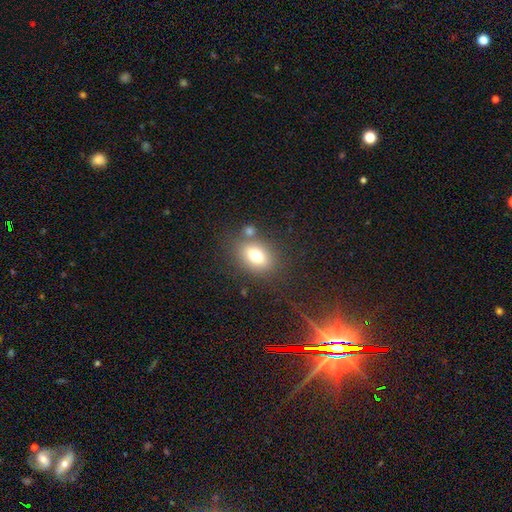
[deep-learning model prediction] A smooth galaxy with no disk features (74%) that is in between round and cigar-shaped (75%).

Vote fractions:
- Smooth or featured? smooth: 74% / featured or disk: 15% / star or artifact: 11%
- How rounded? in between: 75% / round: 23% / cigar-shaped: 2%
- Merging? none: 71% / minor disturbance: 12% / merger: 11% / major disturbance: 5%